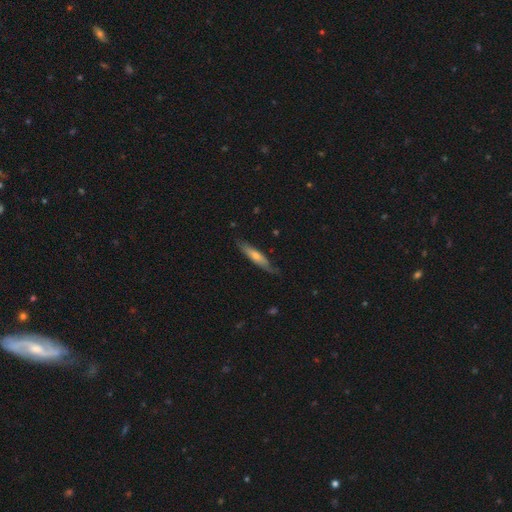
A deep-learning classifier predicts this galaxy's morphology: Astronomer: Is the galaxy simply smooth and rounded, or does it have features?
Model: smooth — 50% (runner-up: featured or disk, 45%).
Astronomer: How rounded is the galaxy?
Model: cigar-shaped — 84%.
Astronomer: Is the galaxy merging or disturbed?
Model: none — 73%.